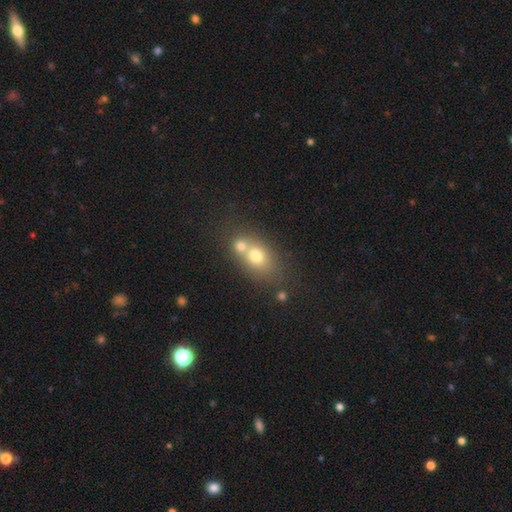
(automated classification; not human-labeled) This appears to be a smooth galaxy with no disk features (68%) that is in between round and cigar-shaped (62%). Merging: merger (54%).